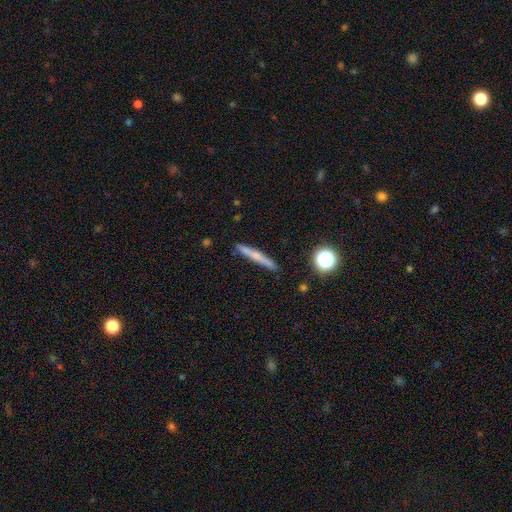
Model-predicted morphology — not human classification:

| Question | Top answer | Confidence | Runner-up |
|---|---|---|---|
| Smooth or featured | smooth | 51% | featured or disk (40%) |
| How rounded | cigar-shaped | 94% | in between (4%) |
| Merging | none | 88% | minor disturbance (8%) |